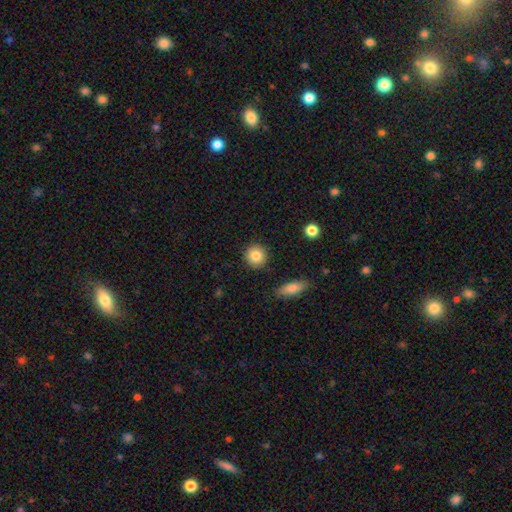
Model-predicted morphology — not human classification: type=smooth (85%); roundness=round (92%); merging=none (90%).